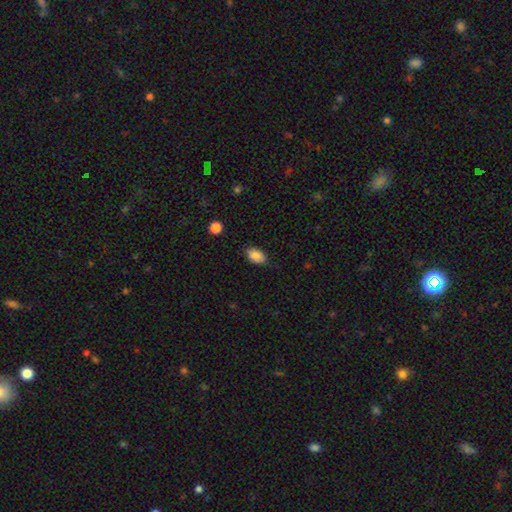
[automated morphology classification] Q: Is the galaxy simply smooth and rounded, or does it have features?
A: smooth — 86%.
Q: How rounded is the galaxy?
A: in between — 92%.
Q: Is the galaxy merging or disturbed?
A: none — 84%.